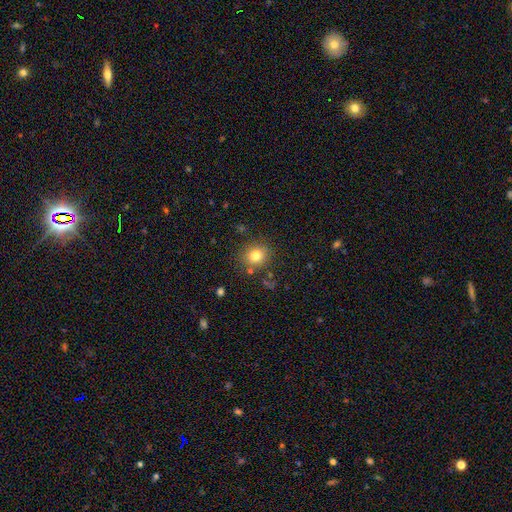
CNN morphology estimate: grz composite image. It shows a smooth galaxy with no disk features (79%) that is round (84%). Merging: none (83%).